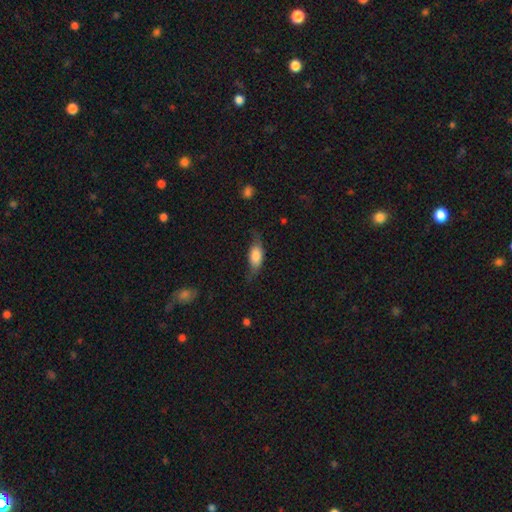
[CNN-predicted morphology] Q: Smooth or featured?
A: smooth (68%); runner-up: featured or disk (25%)
Q: How rounded?
A: in between (81%); runner-up: cigar-shaped (14%)
Q: Merging?
A: none (50%); runner-up: minor disturbance (33%)